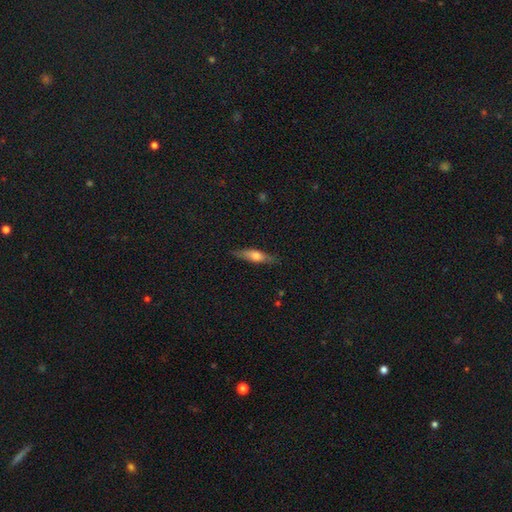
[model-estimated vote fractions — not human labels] A smooth galaxy with no disk features (51%) that is cigar-shaped (64%).

Vote fractions:
- Smooth or featured? smooth: 51% / featured or disk: 42% / star or artifact: 7%
- How rounded? cigar-shaped: 64% / in between: 34% / round: 3%
- Merging? none: 84% / minor disturbance: 12% / major disturbance: 3% / merger: 1%